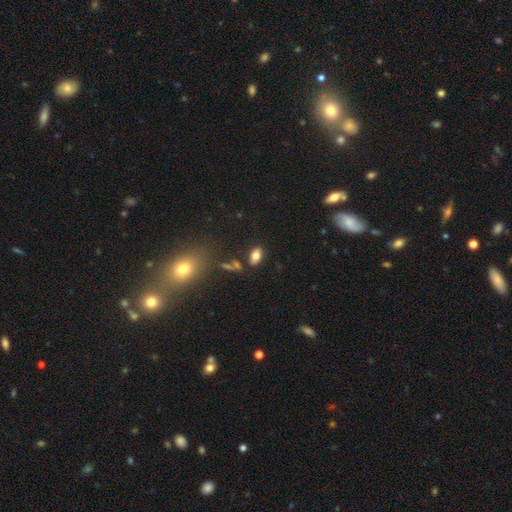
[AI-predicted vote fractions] Q: Smooth or featured?
A: smooth (76%); runner-up: featured or disk (13%)
Q: How rounded?
A: in between (88%); runner-up: round (7%)
Q: Merging?
A: none (80%); runner-up: minor disturbance (11%)